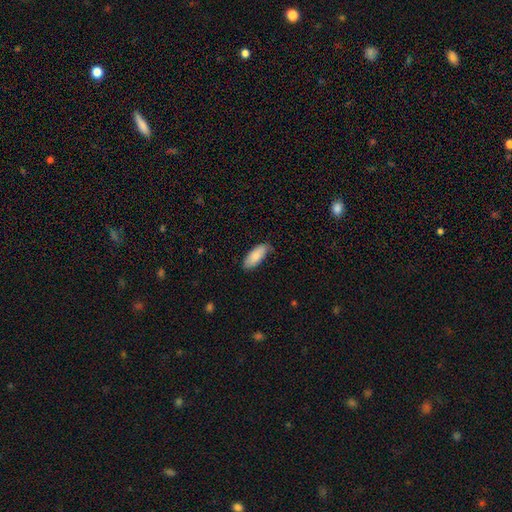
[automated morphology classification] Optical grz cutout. It shows a smooth galaxy with no disk features (84%) that is in between round and cigar-shaped (84%). Merging: none (76%).